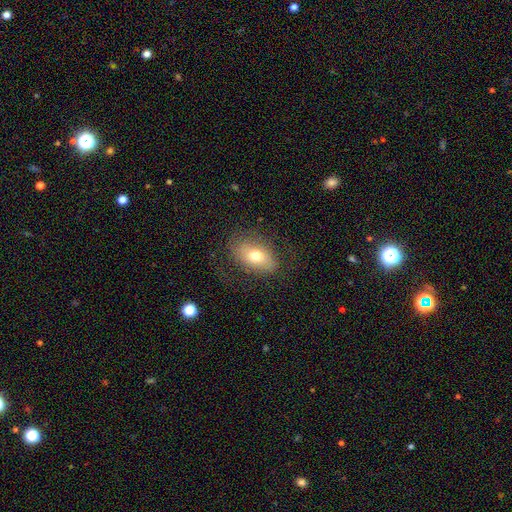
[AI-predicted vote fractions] Smooth or featured? Predicted: smooth (p=0.66). How rounded? Predicted: in between (p=0.86). Merging? Predicted: none (p=0.71).